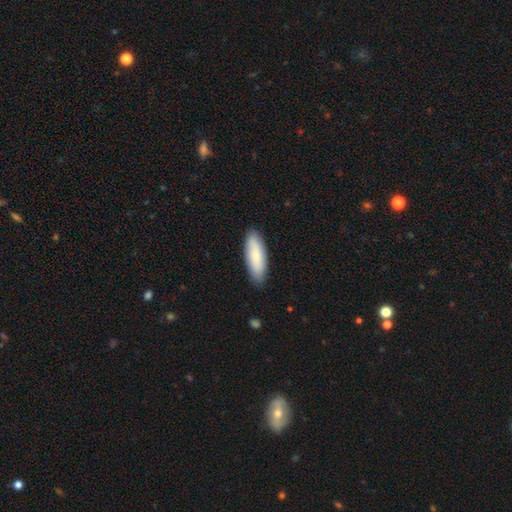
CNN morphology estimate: Smooth or featured? smooth (85%)
How rounded? in between (58%)
Merging? none (87%)